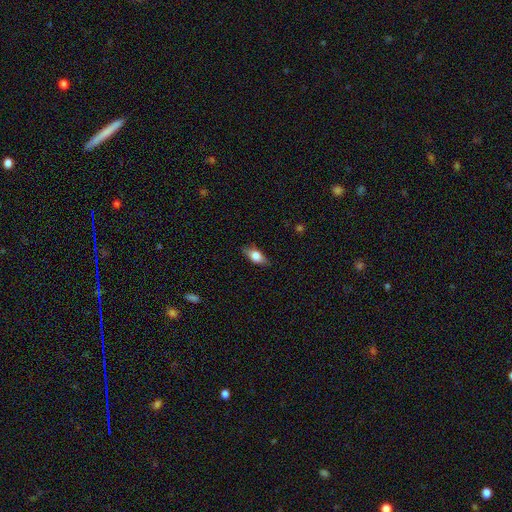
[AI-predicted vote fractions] This appears to be a smooth galaxy with no disk features (71%) that is in between round and cigar-shaped (80%). Merging: none (83%).